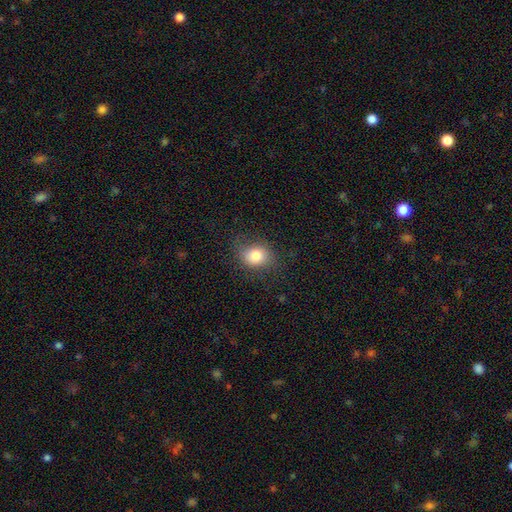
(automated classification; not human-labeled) Overall: smooth (80%). How rounded: round (57%; in between 42%). Merging: none (77%).